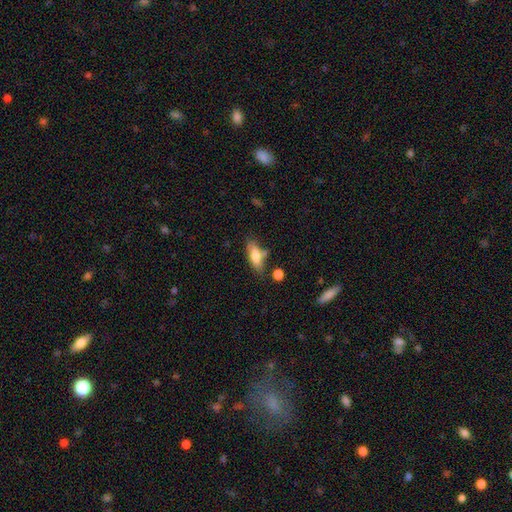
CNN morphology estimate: The model was most divided on "merging": none: 60%, minor disturbance: 21%, merger: 13%, major disturbance: 6%. More confident: smooth or featured — smooth (72%); how rounded — in between (68%).